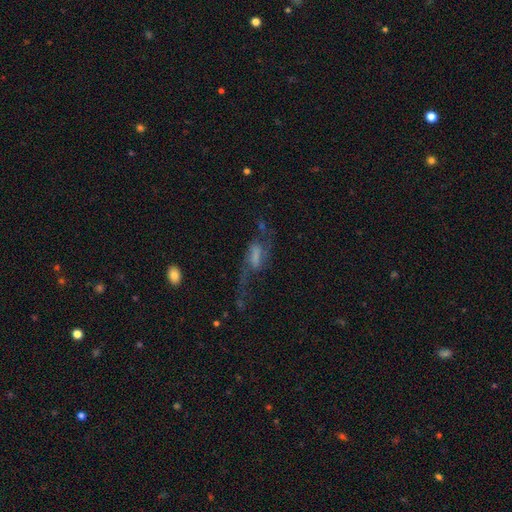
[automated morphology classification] Smooth or featured? featured or disk (67%)
Edge-on disk? no (87%)
Bar? weak (41%)
Spiral arms? yes (80%)
Bulge size? none (45%)
Merging? major disturbance (39%, tied with none)